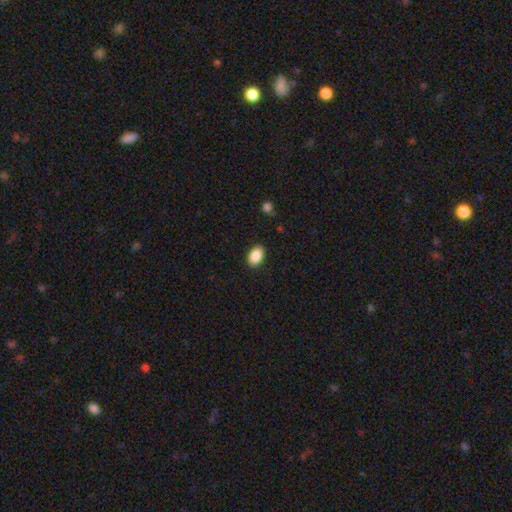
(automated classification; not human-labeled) smooth_or_featured: smooth (p=0.88) [alt: star or artifact p=0.08]
how_rounded: in between (p=0.90) [alt: round p=0.09]
merging: none (p=0.88) [alt: minor disturbance p=0.09]